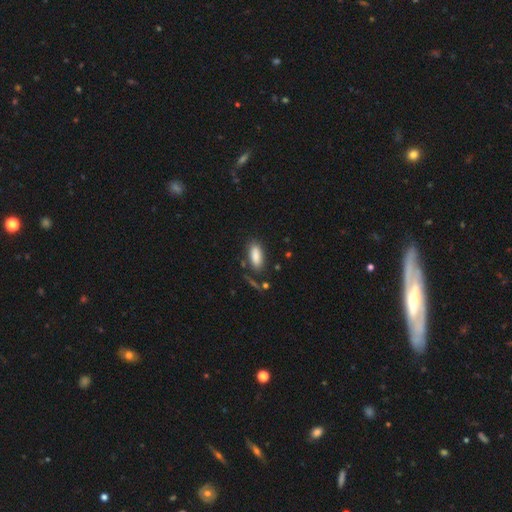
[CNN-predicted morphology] Smooth or featured?
  - smooth: 85% *
  - featured or disk: 7%
  - star or artifact: 7%
How rounded?
  - in between: 81% *
  - cigar-shaped: 17%
  - round: 2%
Merging?
  - none: 75% *
  - minor disturbance: 16%
  - merger: 5%
  - major disturbance: 5%